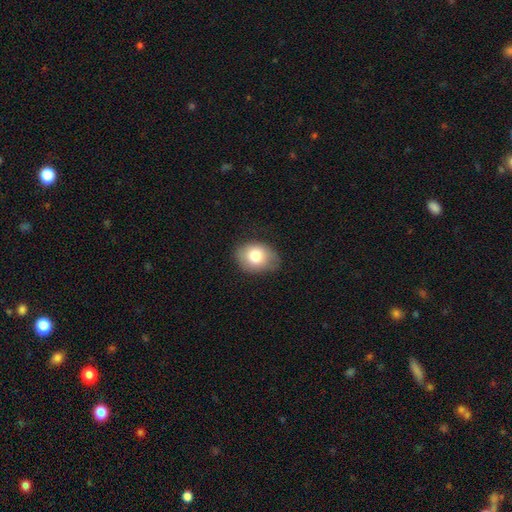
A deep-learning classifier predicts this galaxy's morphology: The model was most divided on "how rounded": in between: 63%, round: 36%, cigar-shaped: 1%. More confident: smooth or featured — smooth (78%); merging — none (73%).